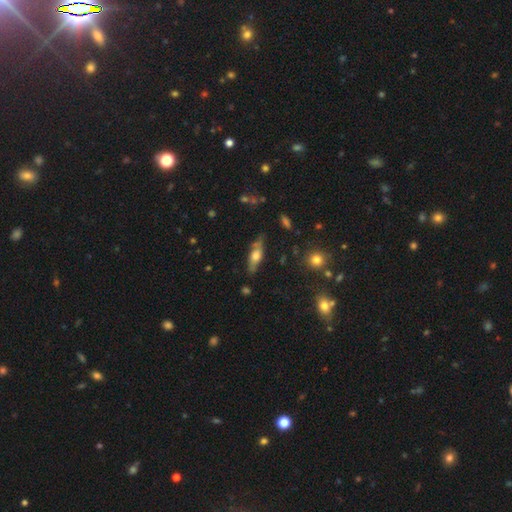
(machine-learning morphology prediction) Overall: smooth (50%; featured or disk 43%). Merging: none (71%).